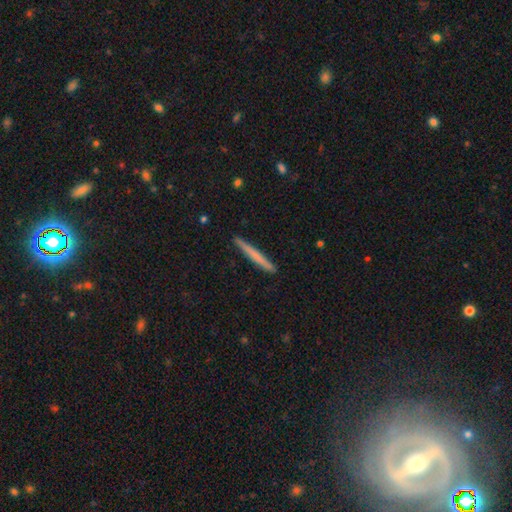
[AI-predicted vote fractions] This is likely a smooth galaxy (62%). How rounded: clearly cigar-shaped (97%). Merging: clearly none (91%).